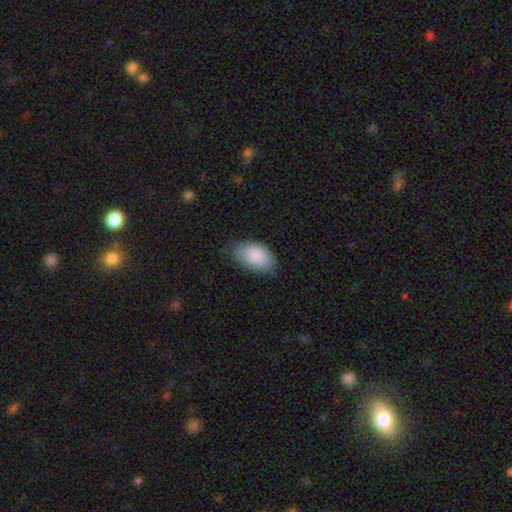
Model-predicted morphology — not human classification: This is clearly a smooth galaxy (87%). How rounded: clearly in between (93%). Merging: likely none (69%).